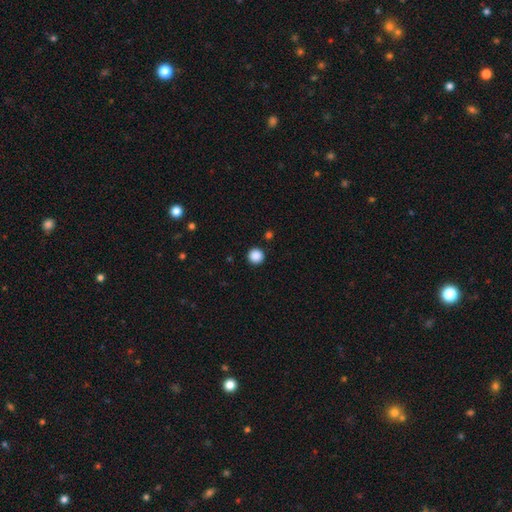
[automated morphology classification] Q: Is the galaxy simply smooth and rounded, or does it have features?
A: smooth — 88%.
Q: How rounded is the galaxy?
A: round — 96%.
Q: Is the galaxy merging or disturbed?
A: none — 93%.